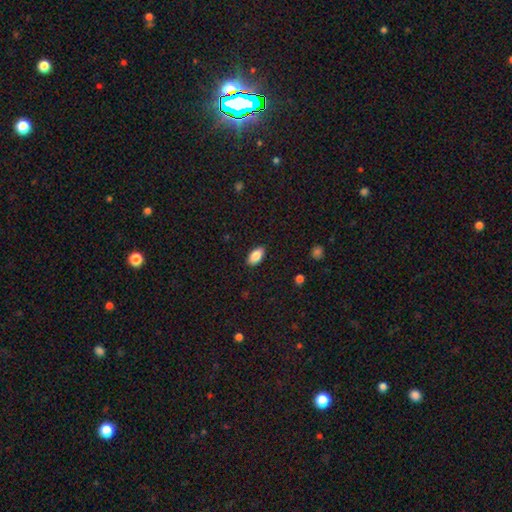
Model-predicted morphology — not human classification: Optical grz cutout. It shows a smooth galaxy with no disk features (85%) that is in between round and cigar-shaped (93%). Merging: none (88%).